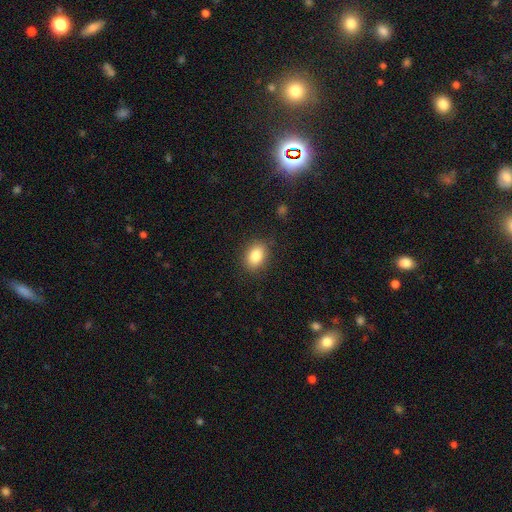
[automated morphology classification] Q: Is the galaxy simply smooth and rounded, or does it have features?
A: smooth — 85%.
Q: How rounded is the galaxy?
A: in between — 72%.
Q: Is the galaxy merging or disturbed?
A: none — 84%.